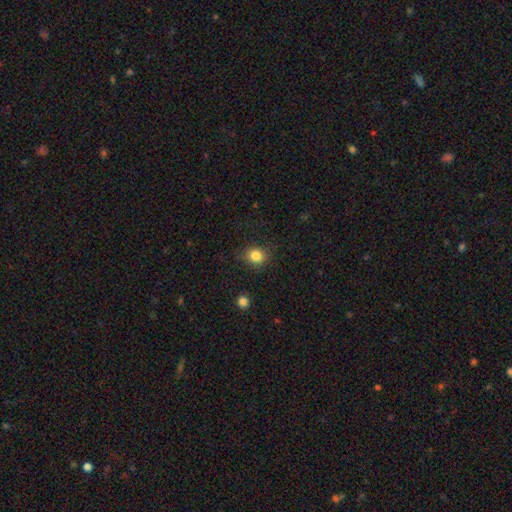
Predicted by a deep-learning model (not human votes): smooth_or_featured: smooth (p=0.83) [alt: star or artifact p=0.11]
how_rounded: round (p=0.71) [alt: in between p=0.28]
merging: none (p=0.84) [alt: minor disturbance p=0.12]